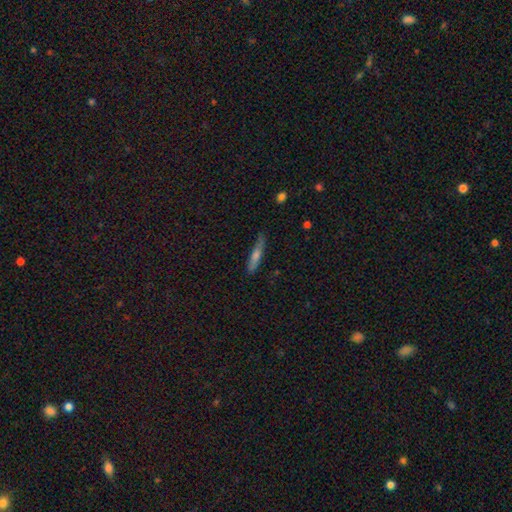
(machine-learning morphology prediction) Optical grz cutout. It shows a smooth galaxy with no disk features (55%) that is cigar-shaped (89%). Merging: none (80%).